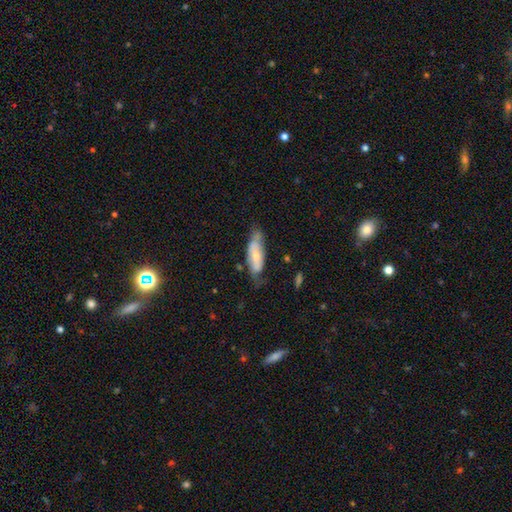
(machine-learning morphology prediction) Smooth or featured? smooth (52%)
How rounded? in between (62%)
Merging? none (50%)